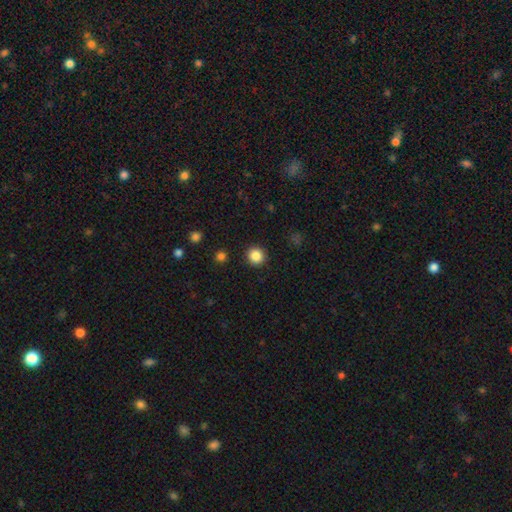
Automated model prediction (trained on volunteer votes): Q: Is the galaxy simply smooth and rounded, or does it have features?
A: smooth — 86%.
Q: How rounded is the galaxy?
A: round — 94%.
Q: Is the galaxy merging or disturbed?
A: none — 92%.